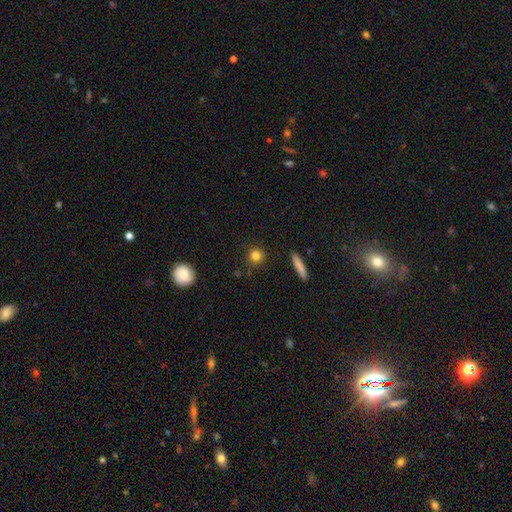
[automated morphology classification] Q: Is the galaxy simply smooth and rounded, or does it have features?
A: smooth — 82%.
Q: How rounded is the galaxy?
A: round — 89%.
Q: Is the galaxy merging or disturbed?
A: none — 87%.